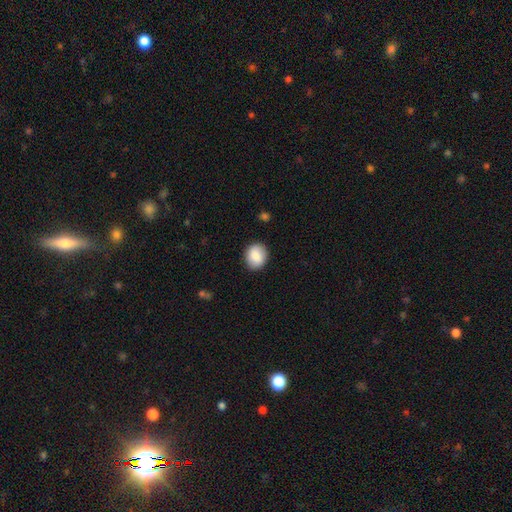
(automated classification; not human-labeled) This is clearly a smooth galaxy (86%). How rounded: likely round (64%). Merging: clearly none (87%).